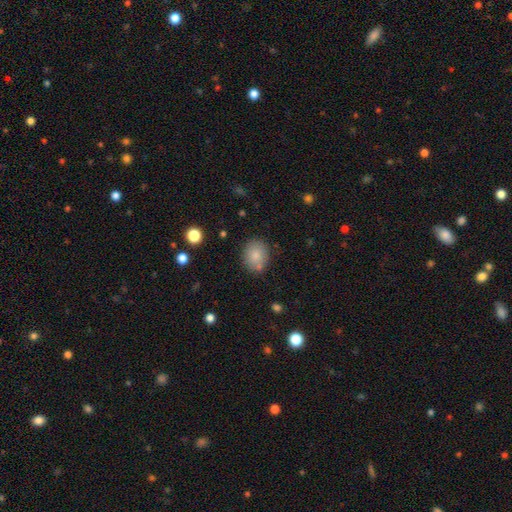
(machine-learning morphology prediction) Smooth or featured?
  - smooth: 84% *
  - star or artifact: 9%
  - featured or disk: 8%
How rounded?
  - round: 50% *
  - in between: 49%
  - cigar-shaped: 1%
Merging?
  - none: 76% *
  - minor disturbance: 14%
  - merger: 7%
  - major disturbance: 4%